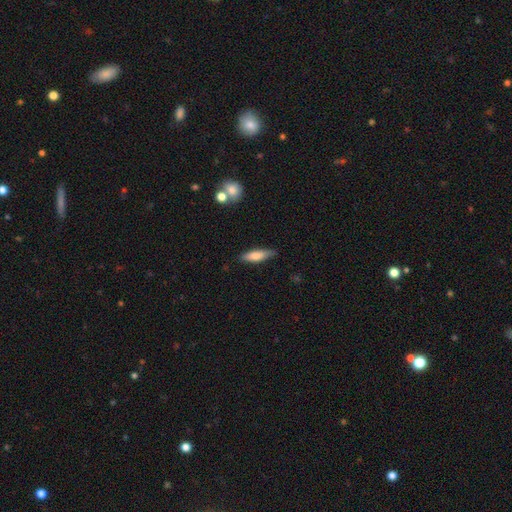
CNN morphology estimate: Smooth or featured?
  - smooth: 72% *
  - featured or disk: 22%
  - star or artifact: 6%
How rounded?
  - cigar-shaped: 63% *
  - in between: 35%
  - round: 2%
Merging?
  - none: 82% *
  - minor disturbance: 13%
  - major disturbance: 2%
  - merger: 2%